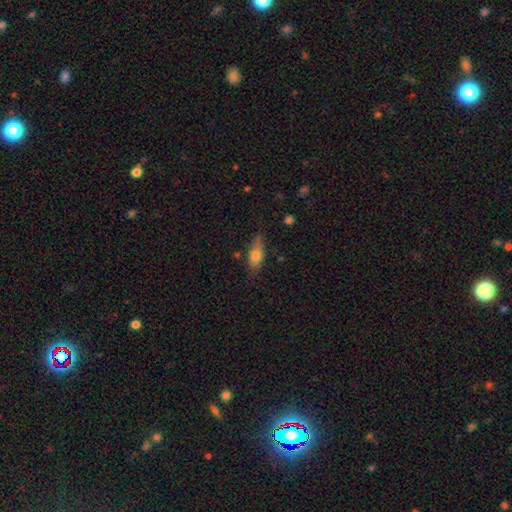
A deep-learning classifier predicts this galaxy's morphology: The model was most divided on "how rounded": in between: 72%, cigar-shaped: 24%, round: 4%. More confident: merging — none (73%); smooth or featured — smooth (72%).